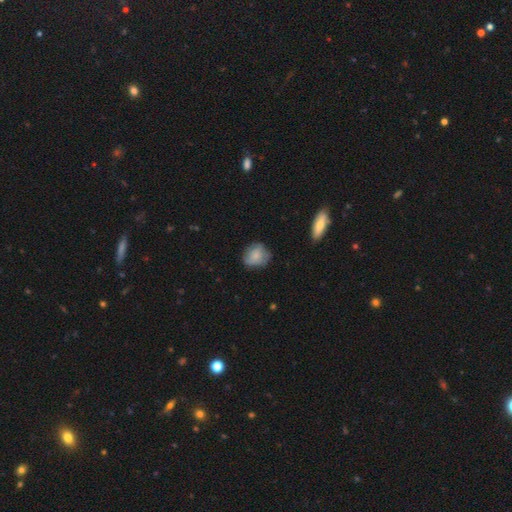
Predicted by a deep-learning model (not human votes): Smooth or featured?
  - smooth: 71% *
  - featured or disk: 21%
  - star or artifact: 8%
How rounded?
  - round: 67% *
  - in between: 31%
  - cigar-shaped: 1%
Merging?
  - none: 65% *
  - minor disturbance: 27%
  - major disturbance: 7%
  - merger: 2%